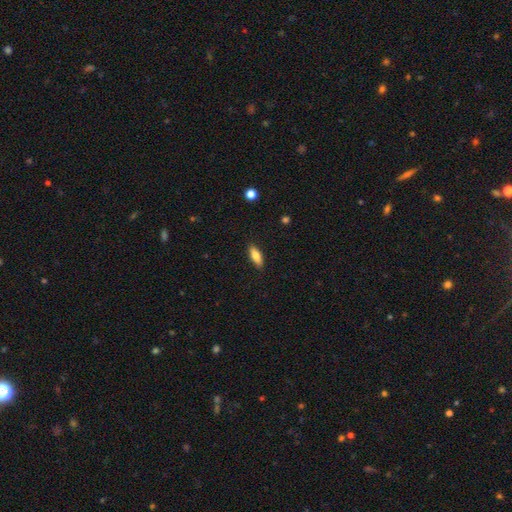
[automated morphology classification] Smooth or featured?
  - smooth: 77% *
  - featured or disk: 16%
  - star or artifact: 7%
How rounded?
  - in between: 69% *
  - cigar-shaped: 29%
  - round: 2%
Merging?
  - none: 88% *
  - minor disturbance: 9%
  - major disturbance: 2%
  - merger: 1%